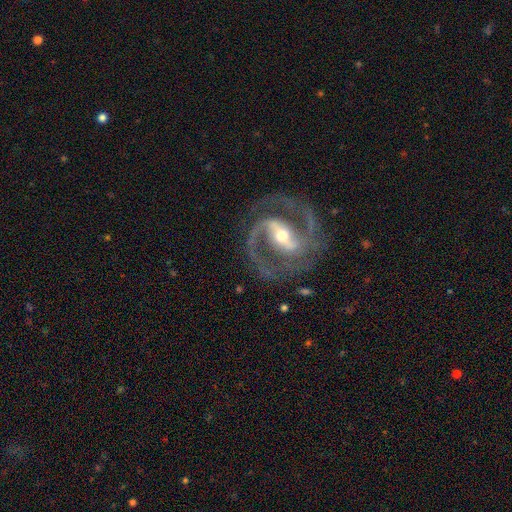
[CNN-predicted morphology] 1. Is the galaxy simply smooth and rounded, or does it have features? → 92% featured or disk, 5% star or artifact, 3% smooth.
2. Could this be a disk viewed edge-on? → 97% no, 3% yes.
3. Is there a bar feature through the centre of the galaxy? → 55% strong, 31% weak, 15% no.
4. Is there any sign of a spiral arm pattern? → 98% yes, 2% no.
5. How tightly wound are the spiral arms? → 59% medium, 33% tight, 8% loose.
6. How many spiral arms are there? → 92% 2, 3% 3, 2% can't tell, 1% 1, 1% 4, 1% more than 4.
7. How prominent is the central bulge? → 55% moderate, 38% small, 4% large, 1% none, 1% dominant.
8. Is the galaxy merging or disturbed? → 82% none, 12% minor disturbance, 5% major disturbance, 1% merger.